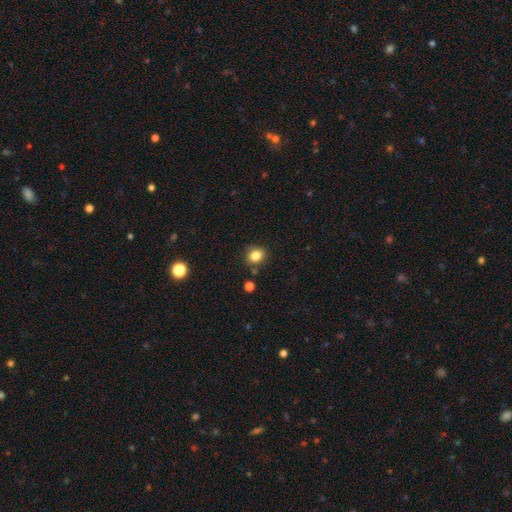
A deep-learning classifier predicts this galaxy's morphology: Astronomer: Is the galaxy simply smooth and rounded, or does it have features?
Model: smooth — 83%.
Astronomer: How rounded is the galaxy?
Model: round — 69%.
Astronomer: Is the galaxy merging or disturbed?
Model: none — 83%.